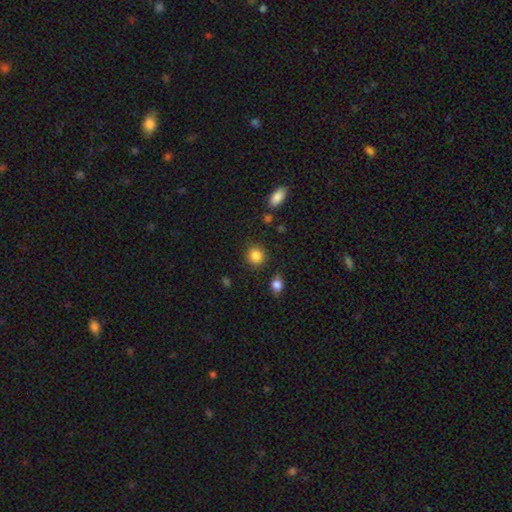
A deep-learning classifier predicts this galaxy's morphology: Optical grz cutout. It shows a smooth galaxy with no disk features (86%) that is round (88%). Merging: none (87%).